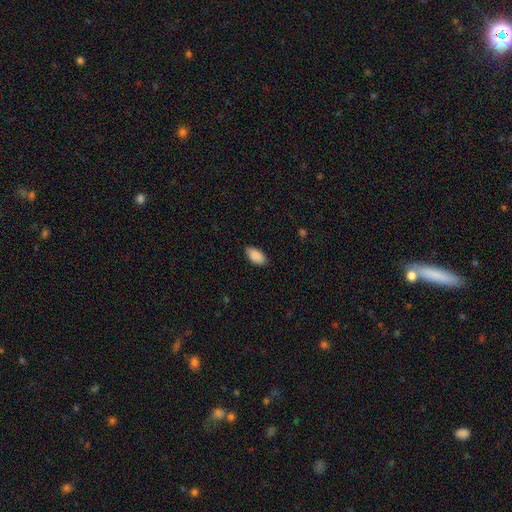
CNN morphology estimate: Smooth or featured? smooth (90%)
How rounded? in between (94%)
Merging? none (84%)